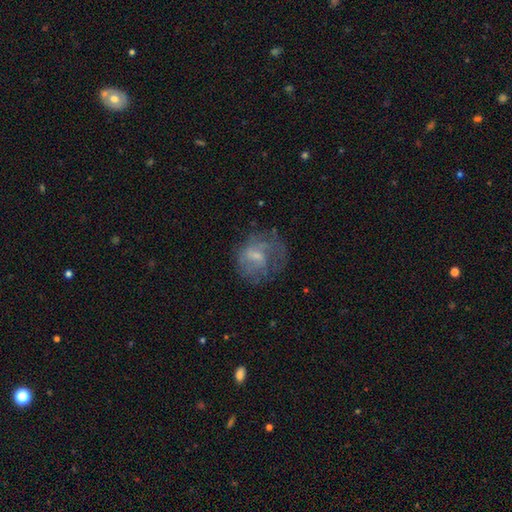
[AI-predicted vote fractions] Overall: featured or disk (54%; smooth 36%). Edge-on disk: no (97%). Bar: weak (49%; no 41%). Spiral arms: yes (56%; no 44%). Bulge size: small (49%; moderate 26%). Merging: none (48%; major disturbance 28%).